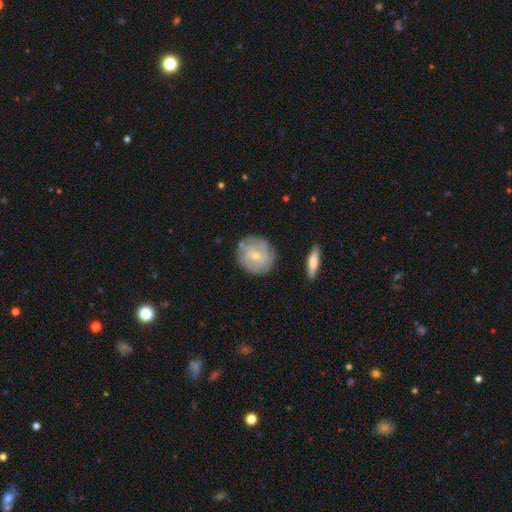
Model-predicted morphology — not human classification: A featured or disk galaxy (59%) with no bar (62%), spiral arms (78%) and a small central bulge (68%). Merging: none (79%).